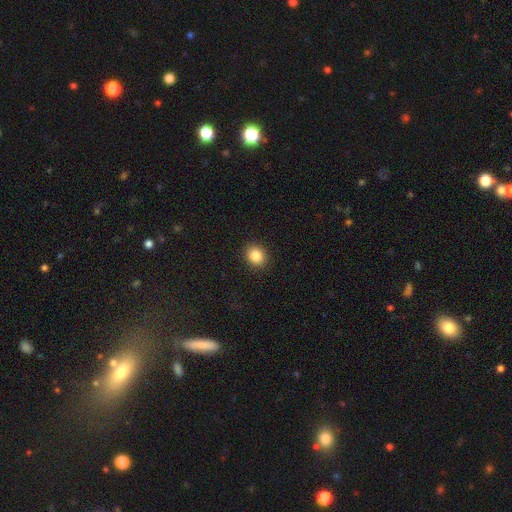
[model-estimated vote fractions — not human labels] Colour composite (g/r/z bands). It shows a smooth galaxy with no disk features (86%) that is round (73%). Merging: none (91%).